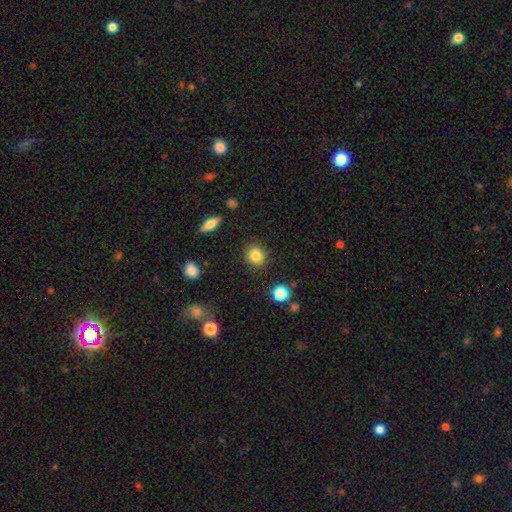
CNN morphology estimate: Smooth or featured: smooth — 84% (star or artifact — 10%)
How rounded: round — 83% (in between — 16%)
Merging: none — 90% (minor disturbance — 6%)